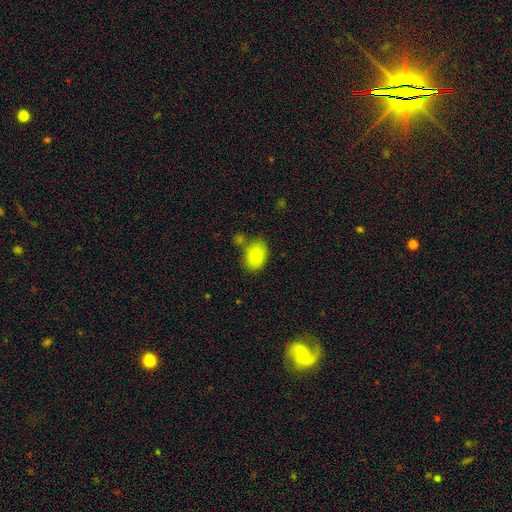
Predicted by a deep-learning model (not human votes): A smooth galaxy with no disk features (86%) that is in between round and cigar-shaped (85%).

Vote fractions:
- Smooth or featured? smooth: 86% / star or artifact: 7% / featured or disk: 7%
- How rounded? in between: 85% / round: 14% / cigar-shaped: 1%
- Merging? none: 68% / minor disturbance: 17% / merger: 11% / major disturbance: 5%